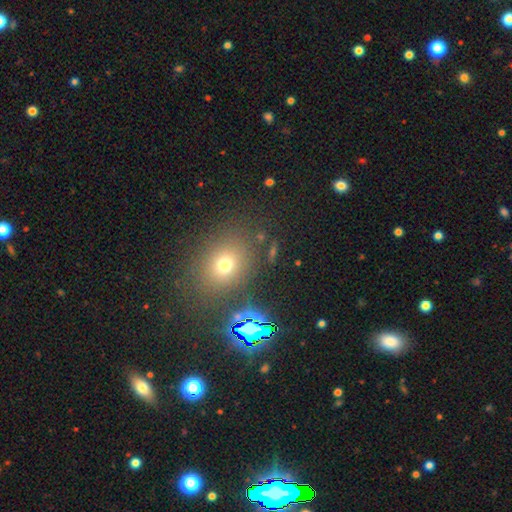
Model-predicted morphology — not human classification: A smooth galaxy with no disk features (53%) that is round (54%). Merging: none (85%).